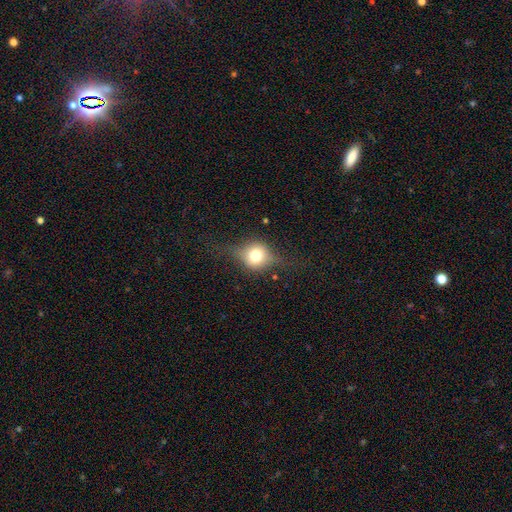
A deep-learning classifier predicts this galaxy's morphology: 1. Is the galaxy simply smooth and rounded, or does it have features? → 45% smooth, 43% featured or disk, 11% star or artifact.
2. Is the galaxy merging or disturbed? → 69% none, 19% minor disturbance, 11% major disturbance, 1% merger.